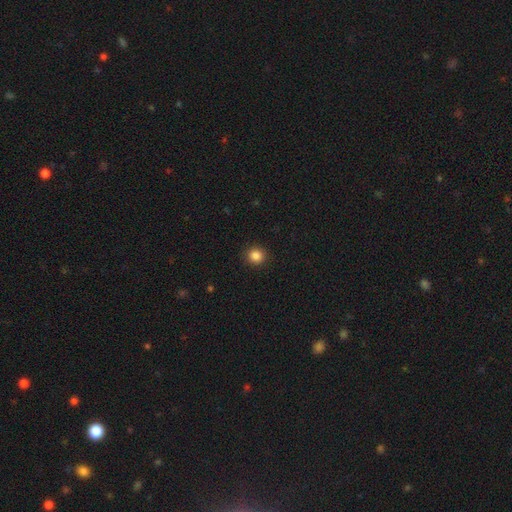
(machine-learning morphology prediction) type=smooth (86%); roundness=round (90%); merging=none (91%).